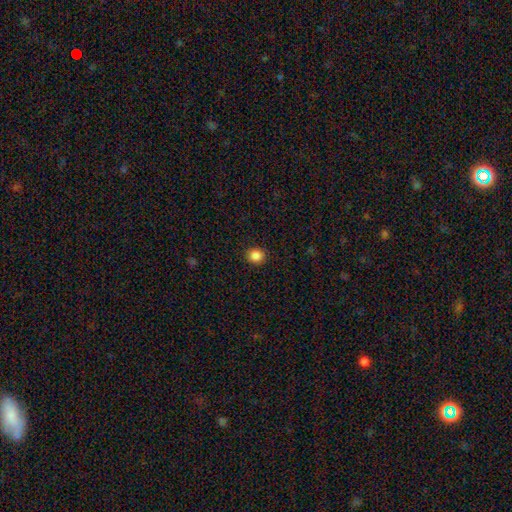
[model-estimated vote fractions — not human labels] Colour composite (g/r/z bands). It shows a smooth galaxy with no disk features (86%) that is round (83%). Merging: none (91%).